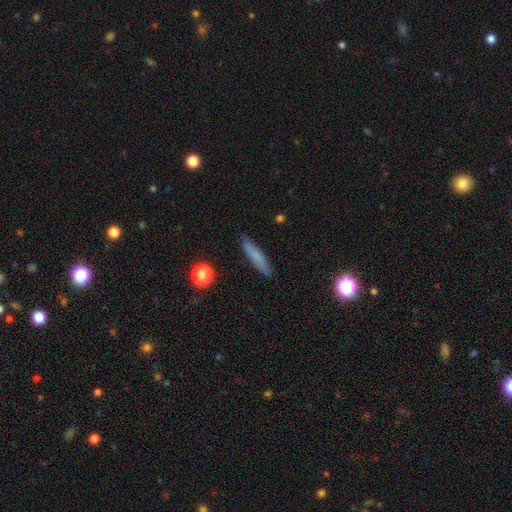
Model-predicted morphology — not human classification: Smooth or featured? Predicted: smooth (p=0.75). How rounded? Predicted: cigar-shaped (p=0.87). Merging? Predicted: none (p=0.87).